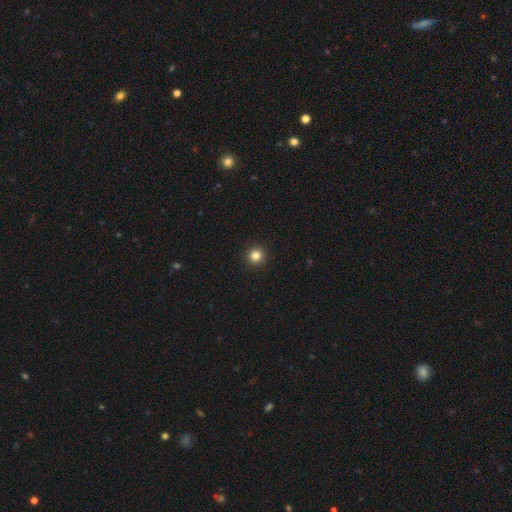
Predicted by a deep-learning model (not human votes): This appears to be a smooth galaxy with no disk features (83%) that is round (95%). Merging: none (94%).